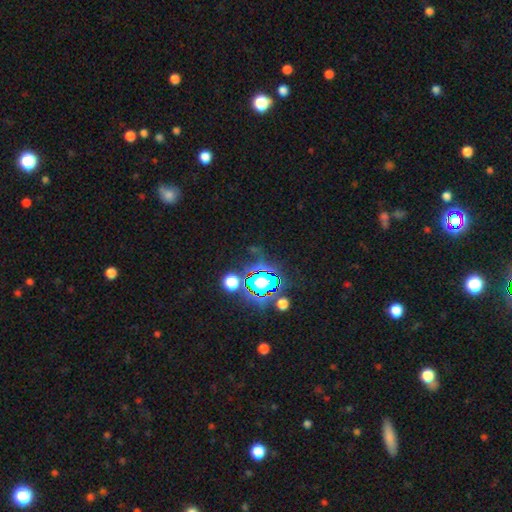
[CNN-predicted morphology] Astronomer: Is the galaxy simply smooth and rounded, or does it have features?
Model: star or artifact — 78%.